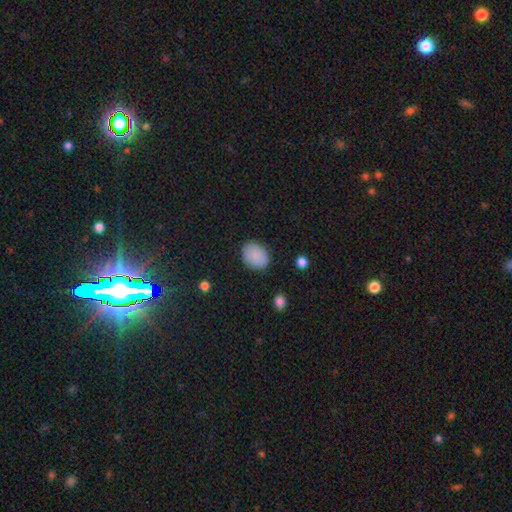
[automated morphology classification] This appears to be a smooth galaxy with no disk features (87%) that is in between round and cigar-shaped (64%). Merging: none (85%).